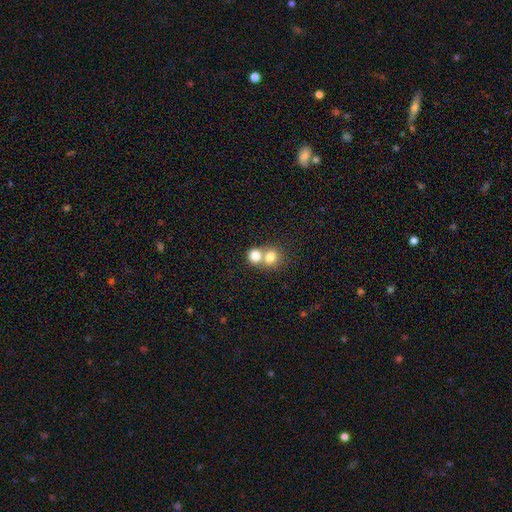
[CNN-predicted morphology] The model was most divided on "merging": merger: 63%, none: 29%, minor disturbance: 5%, major disturbance: 3%. More confident: smooth or featured — smooth (78%); how rounded — round (72%).